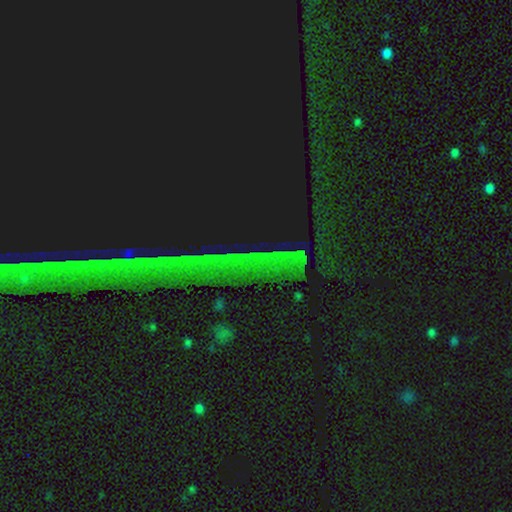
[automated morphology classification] This is clearly a star or artifact rather than a galaxy (83%).